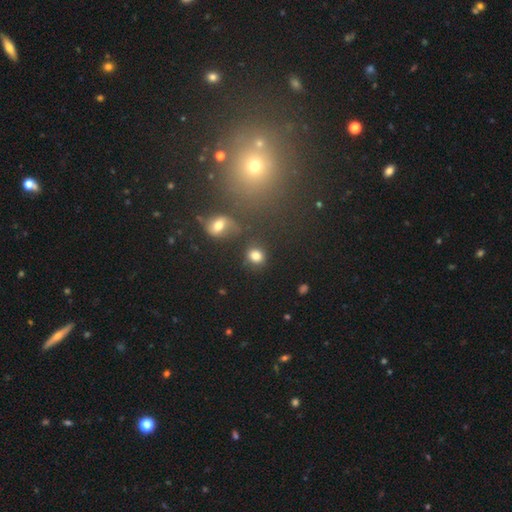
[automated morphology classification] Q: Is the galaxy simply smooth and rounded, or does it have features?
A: smooth — 82%.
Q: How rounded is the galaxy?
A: round — 74%.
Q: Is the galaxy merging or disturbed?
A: none — 77%.